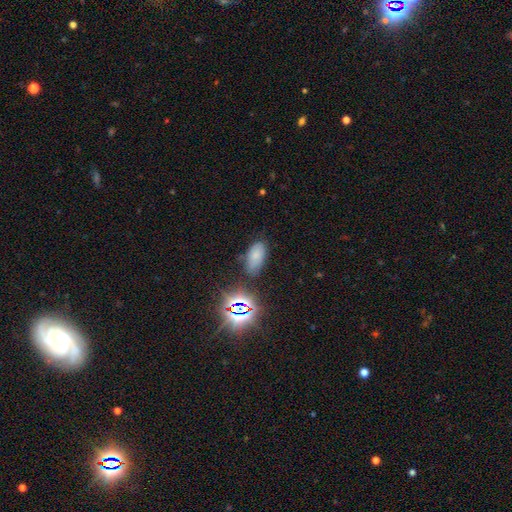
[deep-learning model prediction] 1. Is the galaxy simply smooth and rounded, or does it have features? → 64% smooth, 23% star or artifact, 13% featured or disk.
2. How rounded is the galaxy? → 91% in between, 4% round, 4% cigar-shaped.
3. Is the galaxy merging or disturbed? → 68% none, 21% minor disturbance, 6% major disturbance, 5% merger.